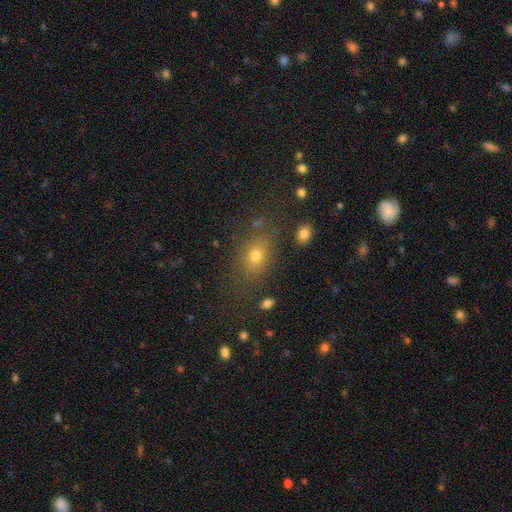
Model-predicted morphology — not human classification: type=smooth (71%); roundness=in between (64%); merging=none (75%).